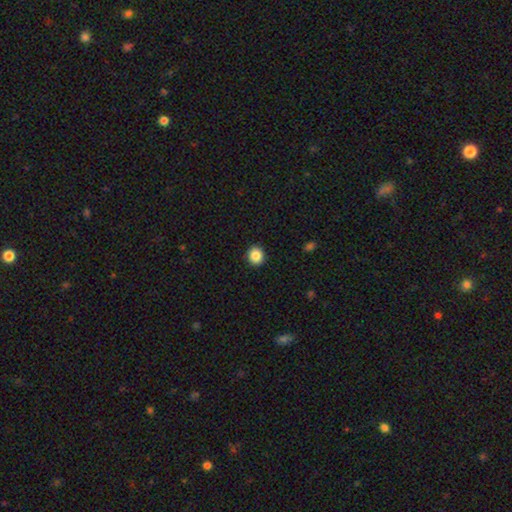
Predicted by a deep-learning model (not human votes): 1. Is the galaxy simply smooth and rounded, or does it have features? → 87% smooth, 9% star or artifact, 4% featured or disk.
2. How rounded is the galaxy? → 84% round, 15% in between, 1% cigar-shaped.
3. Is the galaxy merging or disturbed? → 92% none, 5% minor disturbance, 2% major disturbance, 1% merger.